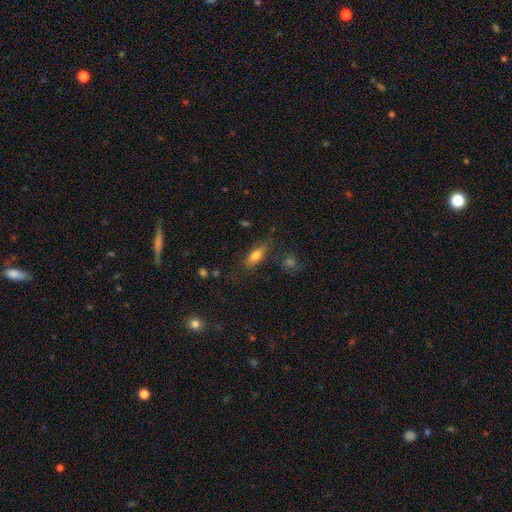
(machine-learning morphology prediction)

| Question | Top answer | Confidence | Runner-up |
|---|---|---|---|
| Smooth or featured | smooth | 78% | featured or disk (13%) |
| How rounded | in between | 77% | cigar-shaped (19%) |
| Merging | none | 73% | minor disturbance (17%) |